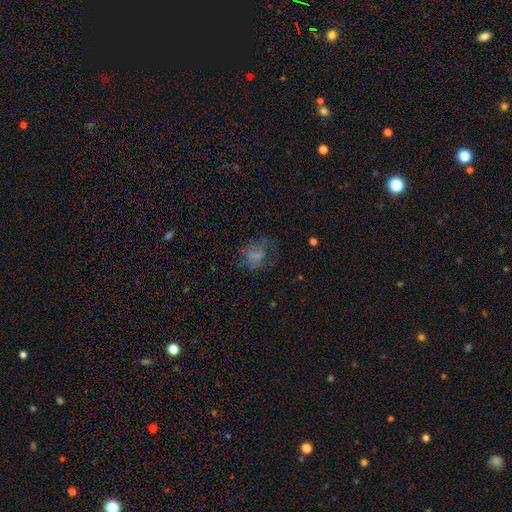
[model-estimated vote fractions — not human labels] A smooth galaxy with no disk features (53%) that is round (53%). Merging: none (51%).